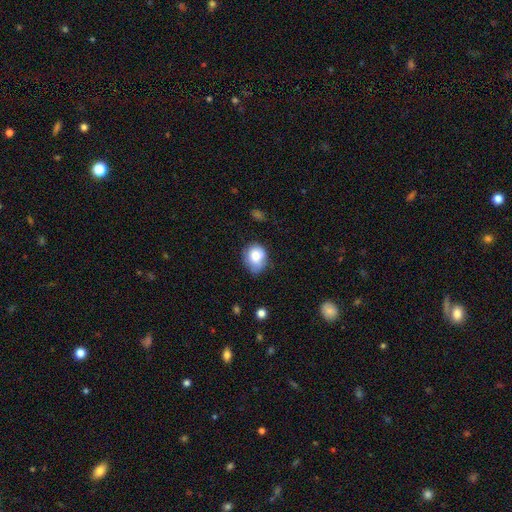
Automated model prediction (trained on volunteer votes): This is likely a smooth galaxy (79%). How rounded: possibly round (57%). Merging: possibly none (52%).